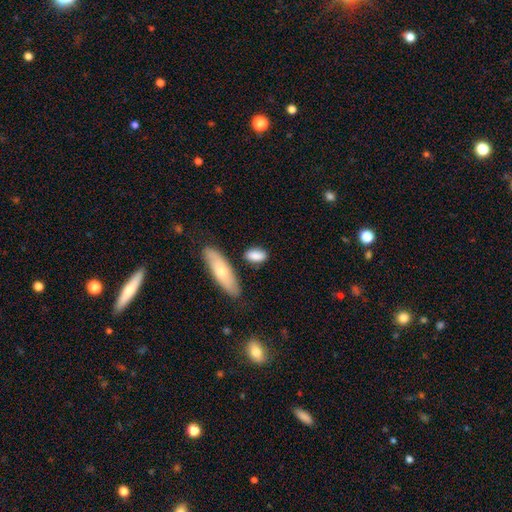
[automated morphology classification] This appears to be a smooth galaxy with no disk features (84%) that is in between round and cigar-shaped (81%). Merging: none (74%).